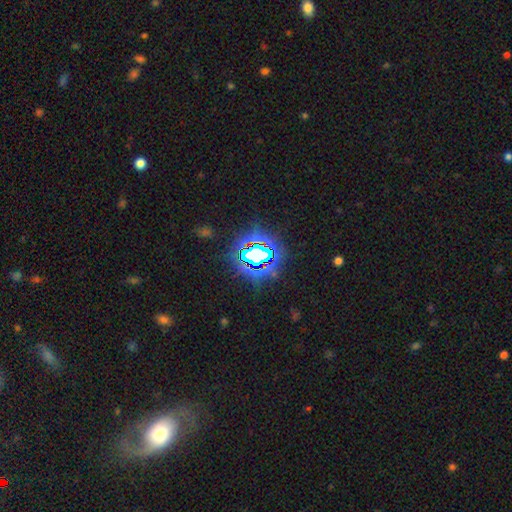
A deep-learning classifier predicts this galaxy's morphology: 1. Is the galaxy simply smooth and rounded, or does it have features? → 75% star or artifact, 14% smooth, 11% featured or disk.